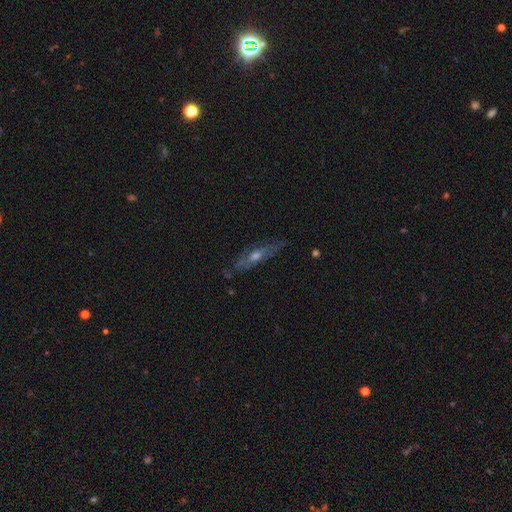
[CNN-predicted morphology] Smooth or featured? Predicted: featured or disk (p=0.68). Edge-on disk? Predicted: yes (p=0.60). Merging? Predicted: none (p=0.74).